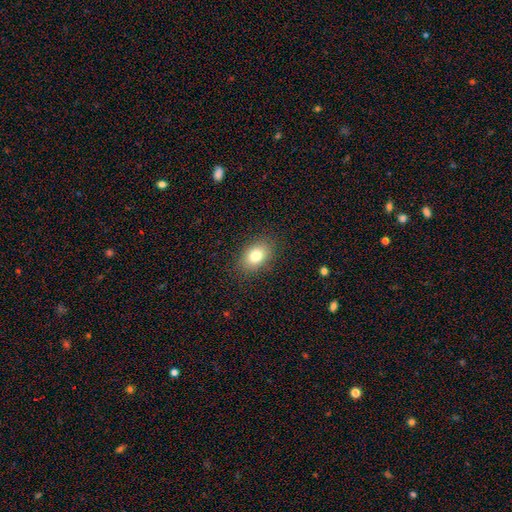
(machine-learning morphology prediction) Smooth or featured? Predicted: smooth (p=0.78). How rounded? Predicted: in between (p=0.79). Merging? Predicted: none (p=0.86).